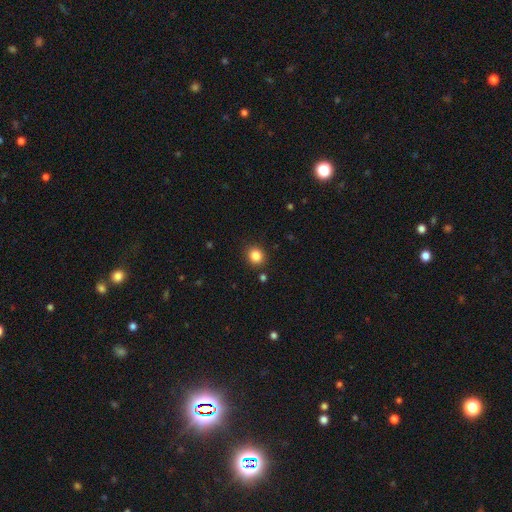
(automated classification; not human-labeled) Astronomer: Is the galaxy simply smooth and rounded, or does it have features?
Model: smooth — 85%.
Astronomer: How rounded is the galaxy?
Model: round — 81%.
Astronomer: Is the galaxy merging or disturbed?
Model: none — 89%.